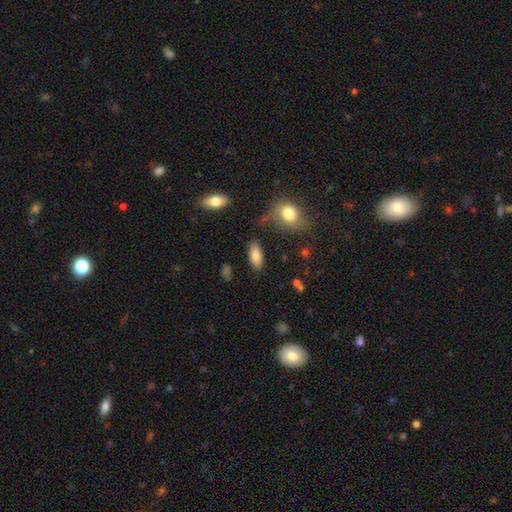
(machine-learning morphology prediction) Smooth or featured? Predicted: smooth (p=0.81). How rounded? Predicted: in between (p=0.84). Merging? Predicted: none (p=0.82).